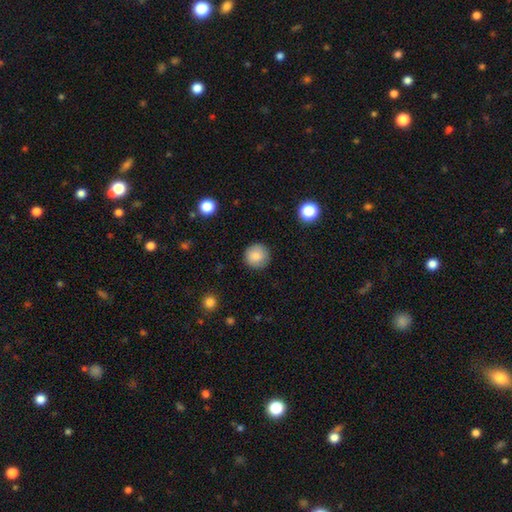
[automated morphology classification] Q: Smooth or featured?
A: smooth (86%); runner-up: star or artifact (8%)
Q: How rounded?
A: round (95%); runner-up: in between (4%)
Q: Merging?
A: none (90%); runner-up: minor disturbance (7%)